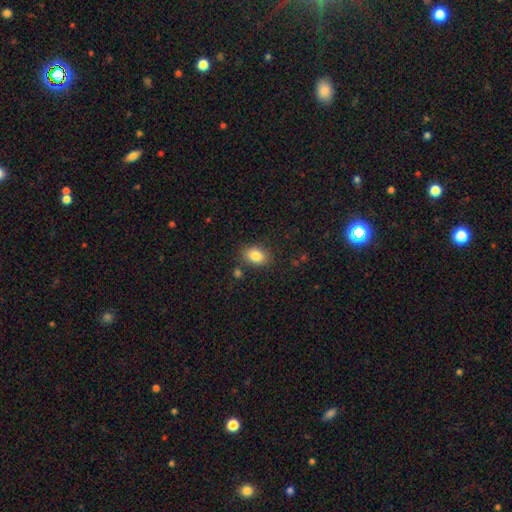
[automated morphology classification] A smooth galaxy with no disk features (84%) that is in between round and cigar-shaped (77%).

Vote fractions:
- Smooth or featured? smooth: 84% / star or artifact: 9% / featured or disk: 7%
- How rounded? in between: 77% / round: 22% / cigar-shaped: 1%
- Merging? none: 82% / minor disturbance: 12% / merger: 4% / major disturbance: 3%